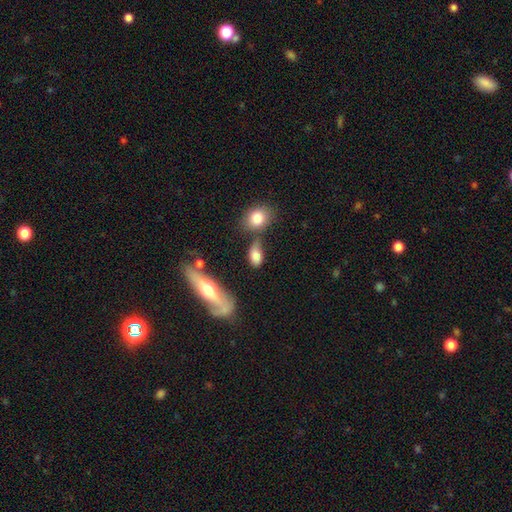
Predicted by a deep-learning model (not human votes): Smooth or featured? smooth (76%)
How rounded? in between (82%)
Merging? none (50%)